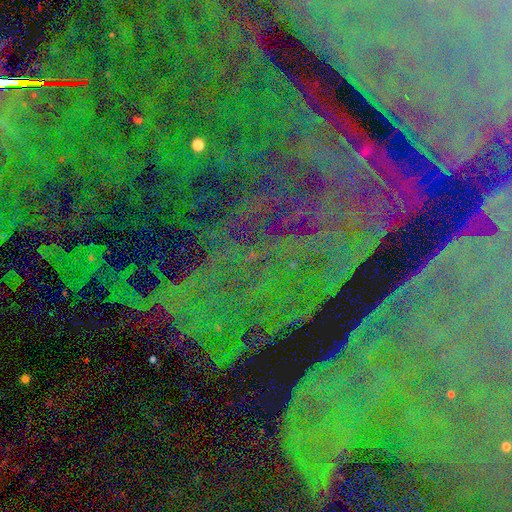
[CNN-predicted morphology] The model was most divided on "smooth or featured": star or artifact: 87%, featured or disk: 7%, smooth: 6%.